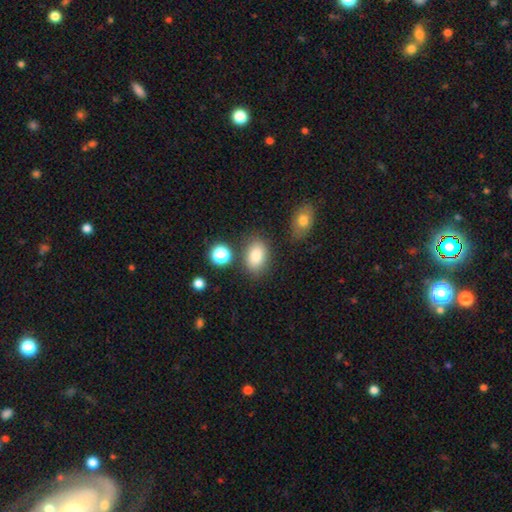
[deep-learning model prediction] This is clearly a smooth galaxy (83%). How rounded: clearly in between (81%). Merging: likely none (76%).